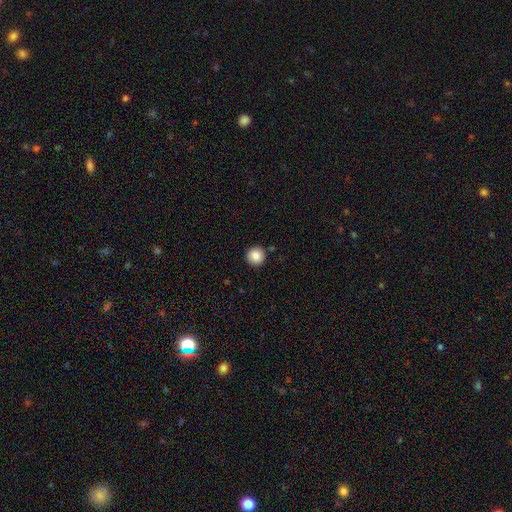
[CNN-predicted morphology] This is clearly a smooth galaxy (87%). How rounded: clearly round (96%). Merging: clearly none (91%).